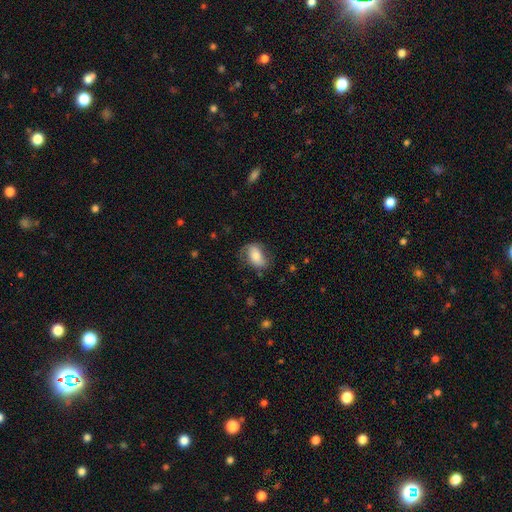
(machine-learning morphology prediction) smooth_or_featured: smooth (p=0.63) [alt: featured or disk p=0.30]
how_rounded: in between (p=0.87) [alt: round p=0.11]
merging: none (p=0.60) [alt: minor disturbance p=0.25]